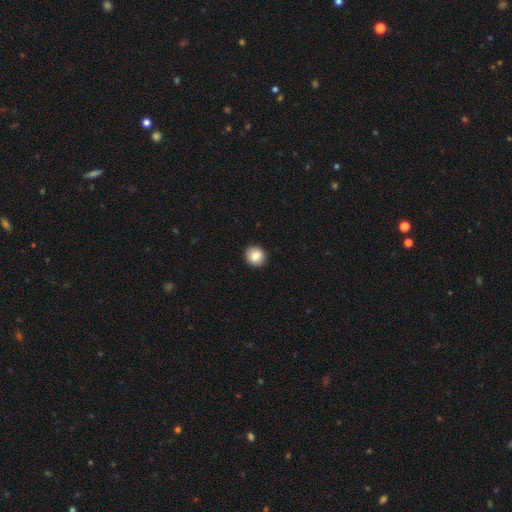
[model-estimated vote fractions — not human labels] Smooth or featured?
  - smooth: 86% *
  - star or artifact: 9%
  - featured or disk: 6%
How rounded?
  - round: 88% *
  - in between: 11%
  - cigar-shaped: 1%
Merging?
  - none: 92% *
  - minor disturbance: 6%
  - major disturbance: 2%
  - merger: 1%